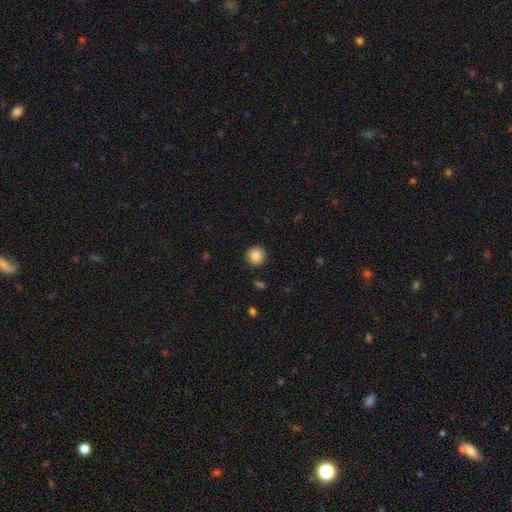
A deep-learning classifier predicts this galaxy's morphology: A smooth galaxy with no disk features (87%) that is round (94%).

Vote fractions:
- Smooth or featured? smooth: 87% / star or artifact: 9% / featured or disk: 4%
- How rounded? round: 94% / in between: 5% / cigar-shaped: 1%
- Merging? none: 91% / minor disturbance: 6% / major disturbance: 2% / merger: 1%